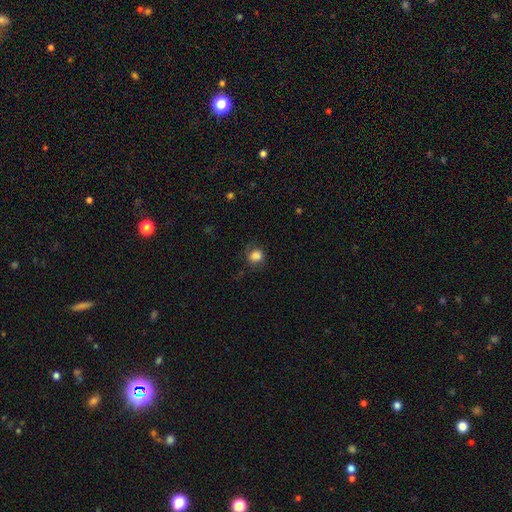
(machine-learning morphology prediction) type=smooth (79%); roundness=round (71%); merging=none (64%).